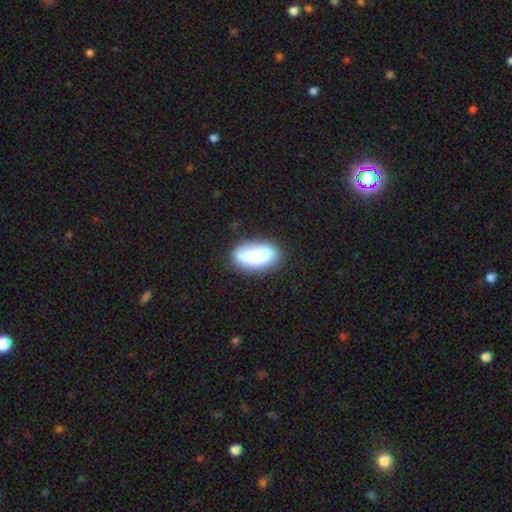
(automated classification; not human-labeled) smooth-or-featured: smooth: 81% | featured or disk: 12% | star or artifact: 7%
  how-rounded: in between: 91% | cigar-shaped: 5% | round: 4%
  merging: none: 77% | minor disturbance: 16% | major disturbance: 4% | merger: 2%